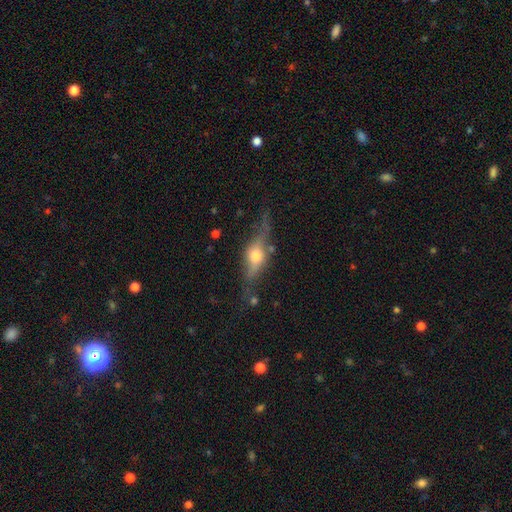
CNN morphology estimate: featured or disk 64%, smooth 28%, star or artifact 8%. Down the decision tree: edge-on disk — yes (83%); edge-on bulge — rounded (94%); merging — none (63%).